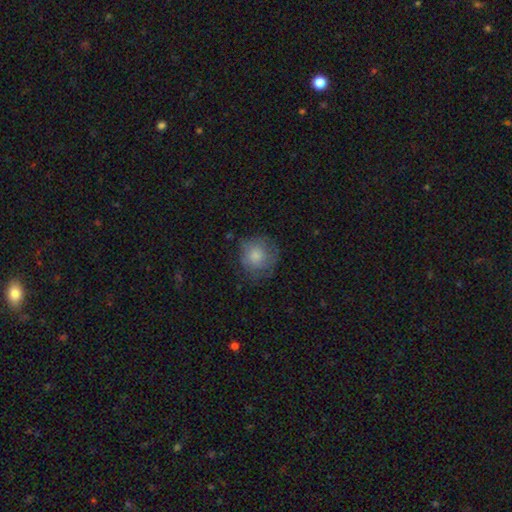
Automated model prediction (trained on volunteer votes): Overall: smooth (76%). How rounded: round (90%). Merging: none (64%).